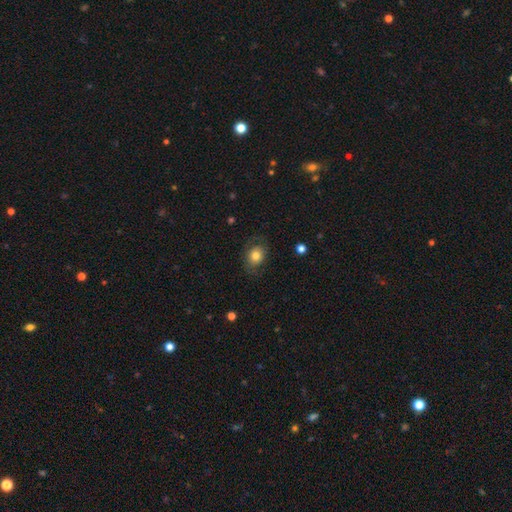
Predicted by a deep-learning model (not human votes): Smooth or featured: smooth — 72% (featured or disk — 19%)
How rounded: round — 50% (in between — 49%)
Merging: none — 73% (minor disturbance — 17%)